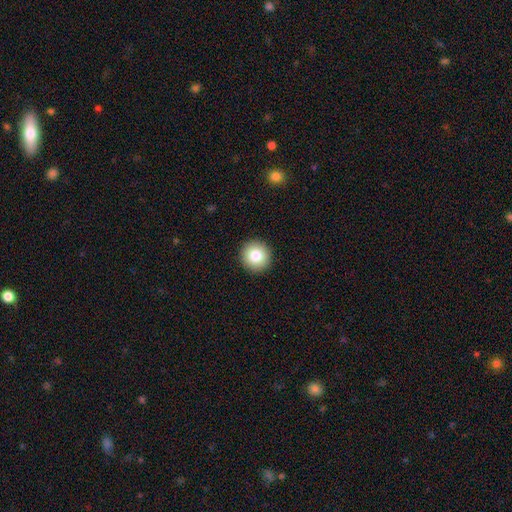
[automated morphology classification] type=smooth (83%); roundness=round (95%); merging=none (93%).